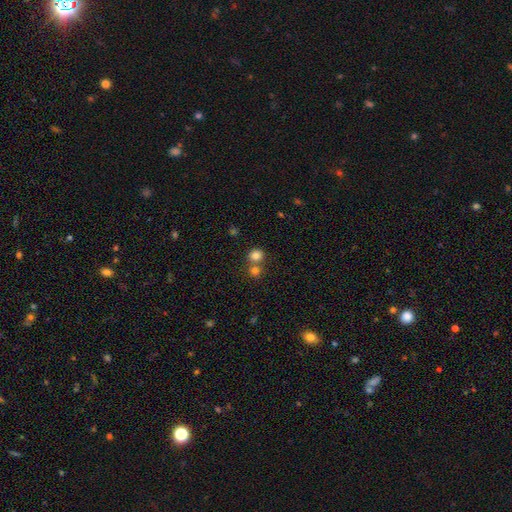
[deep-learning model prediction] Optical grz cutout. It shows a smooth galaxy with no disk features (80%) that is round (83%). Merging: none (56%).